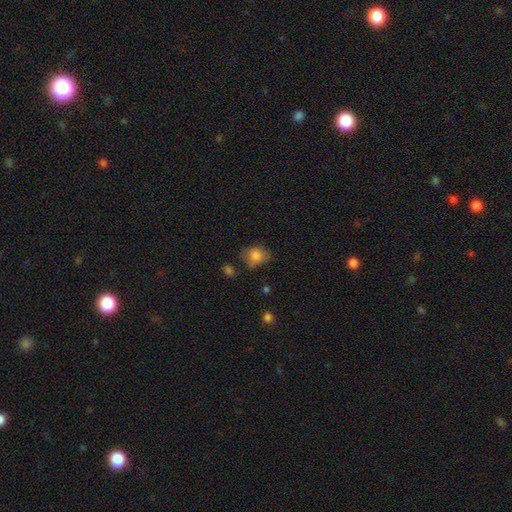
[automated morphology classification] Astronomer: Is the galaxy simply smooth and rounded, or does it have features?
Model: smooth — 80%.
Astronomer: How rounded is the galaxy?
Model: round — 53% (runner-up: in between, 46%).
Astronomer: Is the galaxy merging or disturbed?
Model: none — 59%.